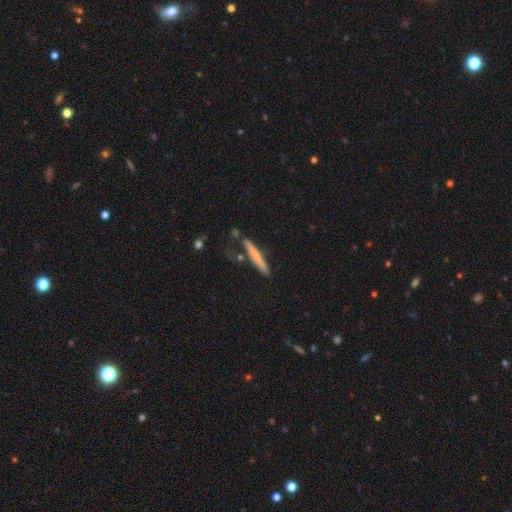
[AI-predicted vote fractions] smooth 61%, featured or disk 33%, star or artifact 6%. Down the decision tree: how rounded — cigar-shaped (95%); merging — none (74%).